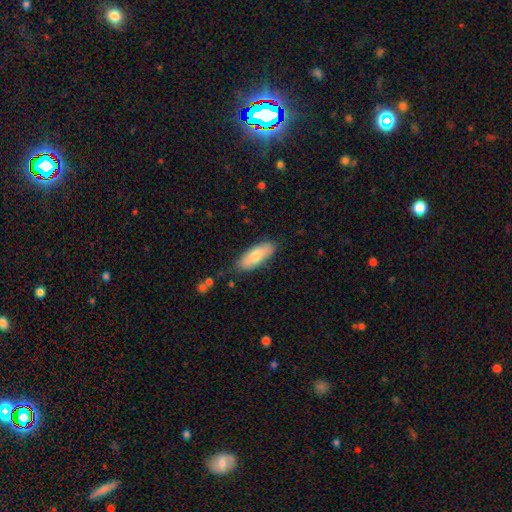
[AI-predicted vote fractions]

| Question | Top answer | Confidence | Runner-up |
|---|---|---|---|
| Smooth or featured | smooth | 76% | featured or disk (19%) |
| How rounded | in between | 73% | cigar-shaped (25%) |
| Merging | none | 83% | minor disturbance (13%) |